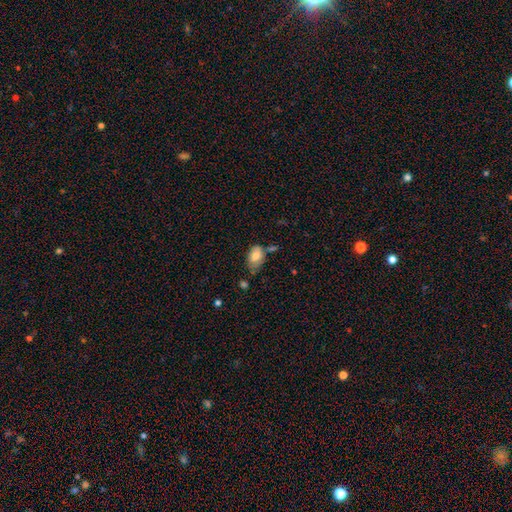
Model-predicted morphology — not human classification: smooth 73%, featured or disk 20%, star or artifact 7%. Down the decision tree: how rounded — in between (88%); merging — none (48%).